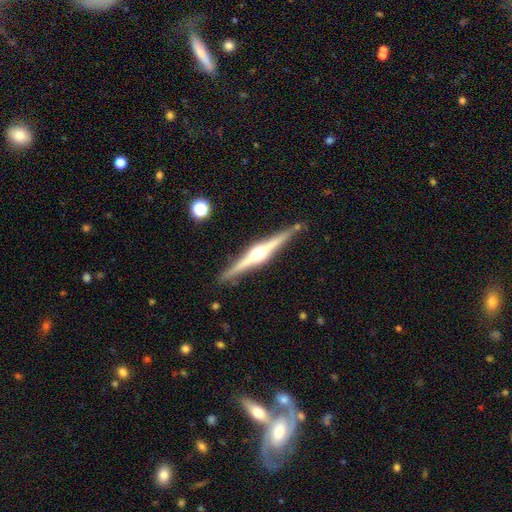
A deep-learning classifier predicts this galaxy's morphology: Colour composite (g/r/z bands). It shows a featured or disk galaxy (84%) viewed edge-on (99%) with a rounded central bulge (92%). Merging: none (89%).